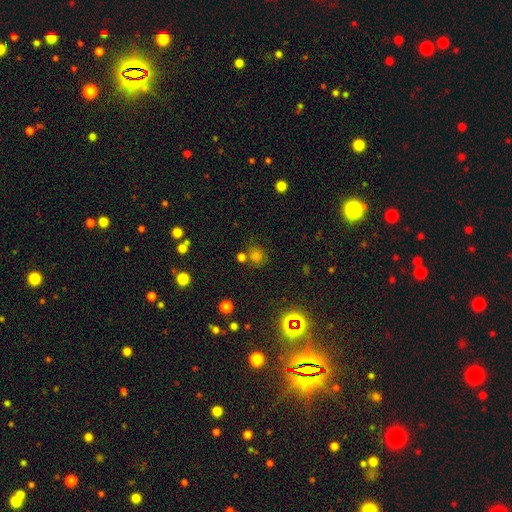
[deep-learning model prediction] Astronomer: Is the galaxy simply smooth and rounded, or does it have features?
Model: smooth — 67%.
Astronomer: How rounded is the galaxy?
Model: round — 84%.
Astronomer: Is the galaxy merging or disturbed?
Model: none — 68%.